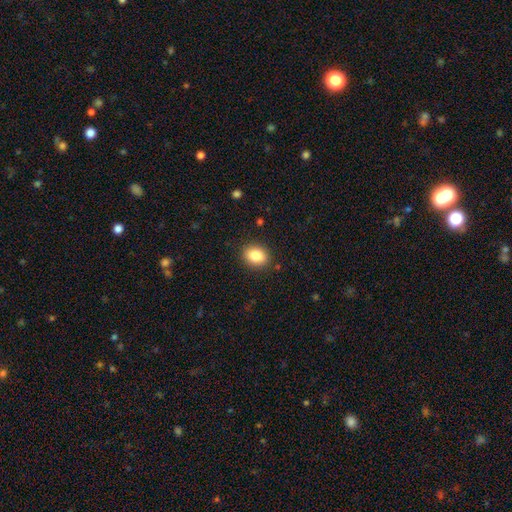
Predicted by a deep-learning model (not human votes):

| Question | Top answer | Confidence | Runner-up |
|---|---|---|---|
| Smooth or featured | smooth | 85% | star or artifact (9%) |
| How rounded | in between | 61% | round (38%) |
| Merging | none | 88% | minor disturbance (8%) |